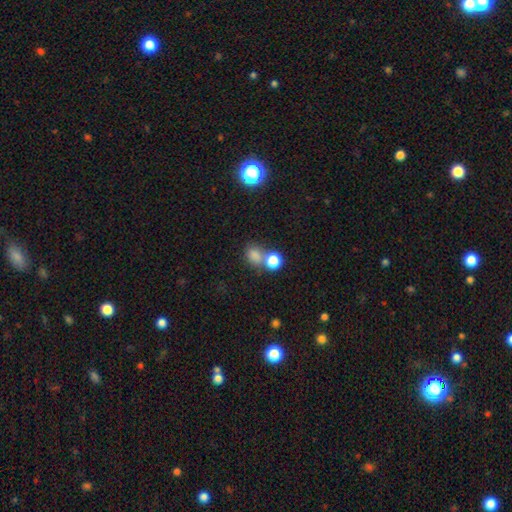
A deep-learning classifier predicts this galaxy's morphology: Smooth or featured? Predicted: smooth (p=0.76). How rounded? Predicted: round (p=0.54). Merging? Predicted: none (p=0.47).